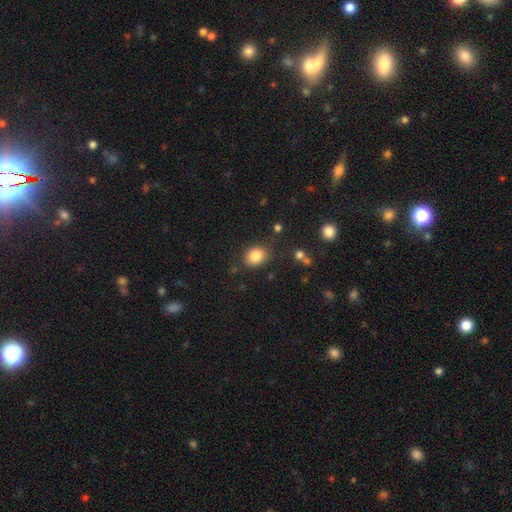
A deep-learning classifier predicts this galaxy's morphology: This appears to be a smooth galaxy with no disk features (83%) that is round (56%). Merging: none (82%).